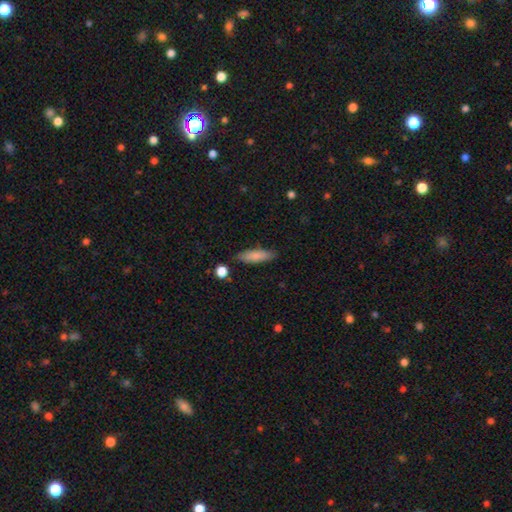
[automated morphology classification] This appears to be a smooth galaxy with no disk features (82%) that is cigar-shaped (55%). Merging: none (84%).